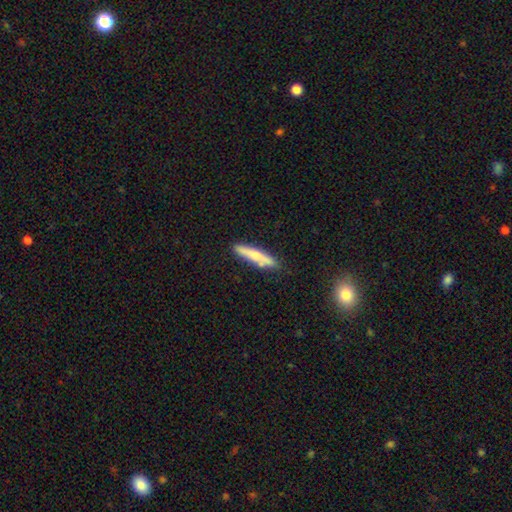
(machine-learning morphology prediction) The model was most divided on "smooth or featured": smooth: 64%, featured or disk: 30%, star or artifact: 6%. More confident: how rounded — cigar-shaped (90%); merging — none (79%).